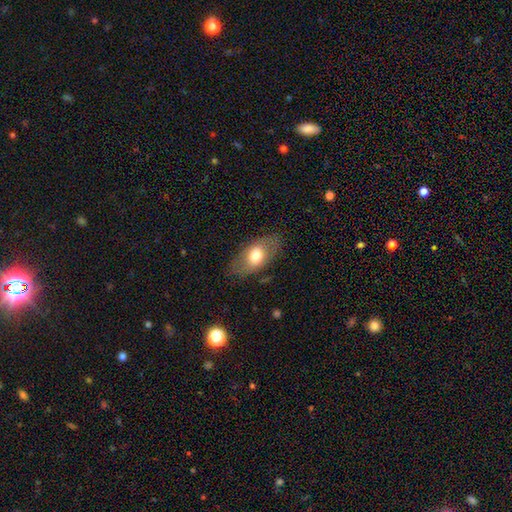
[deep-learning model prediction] Q: Smooth or featured?
A: smooth (66%); runner-up: featured or disk (27%)
Q: How rounded?
A: in between (90%); runner-up: round (7%)
Q: Merging?
A: none (77%); runner-up: minor disturbance (16%)